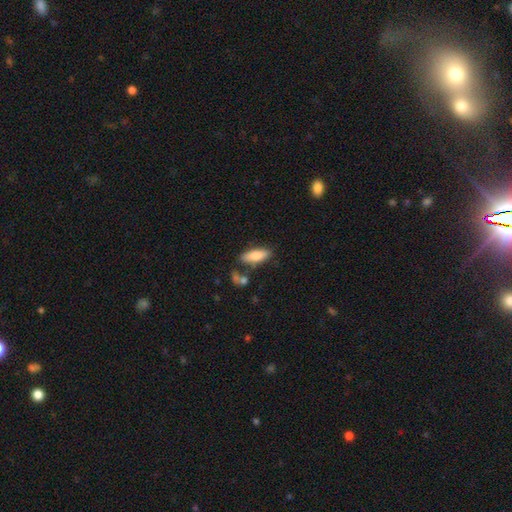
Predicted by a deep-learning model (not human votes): Q: Smooth or featured?
A: smooth (78%); runner-up: featured or disk (16%)
Q: How rounded?
A: in between (69%); runner-up: cigar-shaped (29%)
Q: Merging?
A: none (71%); runner-up: minor disturbance (16%)